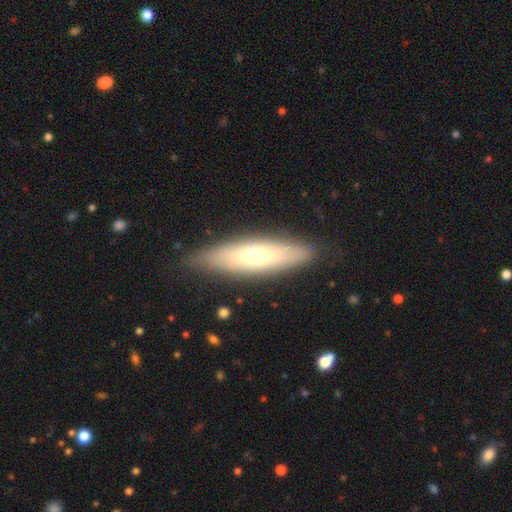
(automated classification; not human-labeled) Morphology: type=smooth (55%); roundness=cigar-shaped (60%); merging=none (83%).